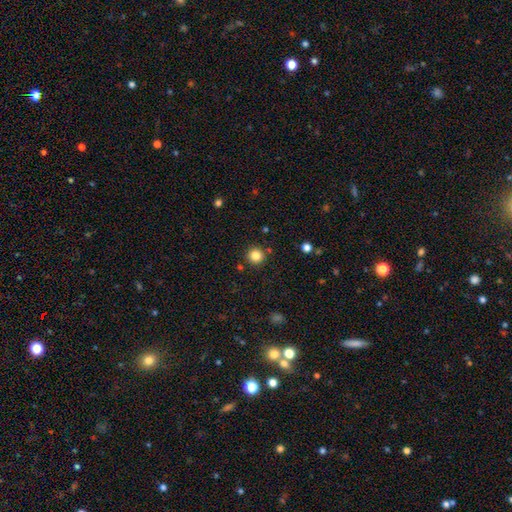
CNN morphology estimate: This is clearly a smooth galaxy (83%). How rounded: clearly round (95%). Merging: clearly none (90%).